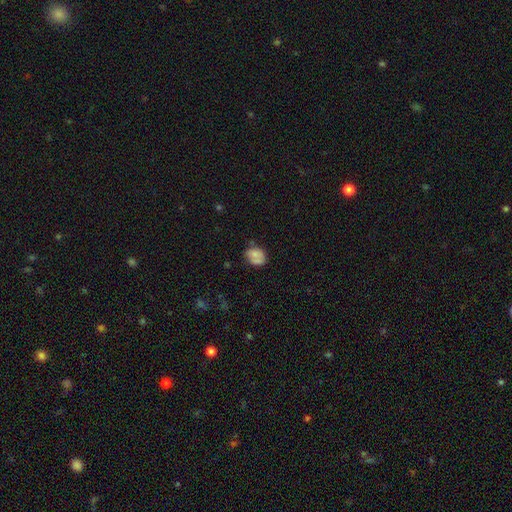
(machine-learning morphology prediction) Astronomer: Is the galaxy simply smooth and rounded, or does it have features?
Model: smooth — 68%.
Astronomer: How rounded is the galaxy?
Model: in between — 58% (runner-up: round, 41%).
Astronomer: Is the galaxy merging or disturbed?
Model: none — 52% (runner-up: minor disturbance, 29%).